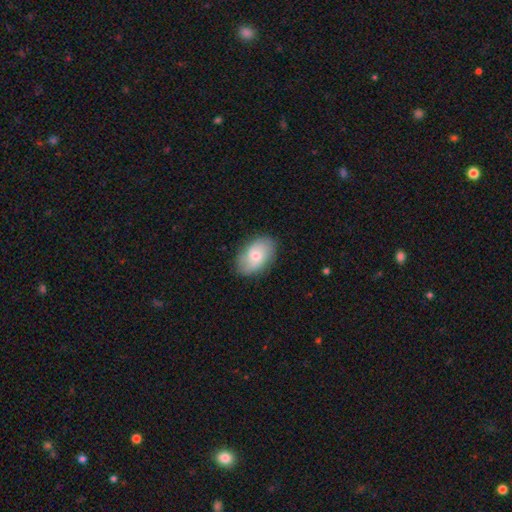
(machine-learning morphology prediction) This appears to be a smooth galaxy with no disk features (52%) that is in between round and cigar-shaped (87%). Merging: none (79%).